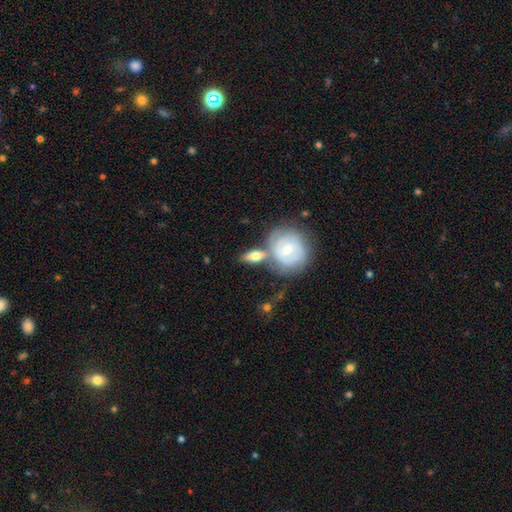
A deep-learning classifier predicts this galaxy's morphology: Smooth or featured? smooth (54%)
How rounded? in between (62%)
Merging? none (50%)